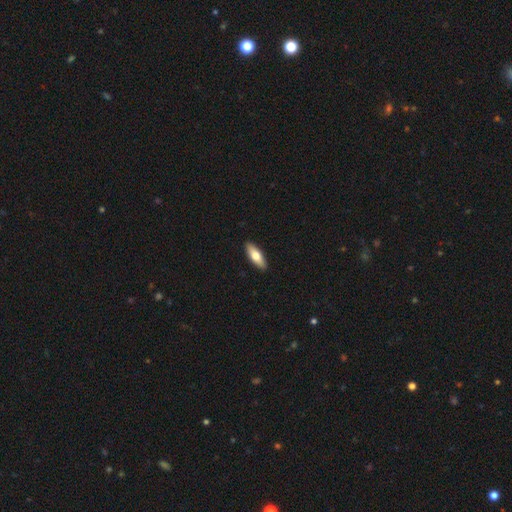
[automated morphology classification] smooth_or_featured: smooth (p=0.69) [alt: featured or disk p=0.26]
how_rounded: in between (p=0.64) [alt: cigar-shaped p=0.34]
merging: none (p=0.91) [alt: minor disturbance p=0.06]